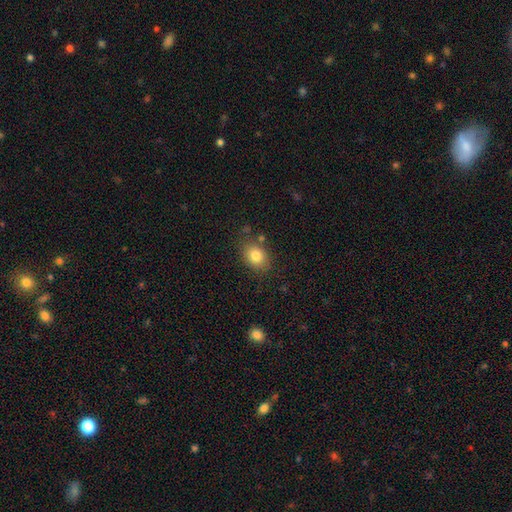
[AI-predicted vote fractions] Smooth or featured? Predicted: smooth (p=0.81). How rounded? Predicted: in between (p=0.56). Merging? Predicted: none (p=0.79).